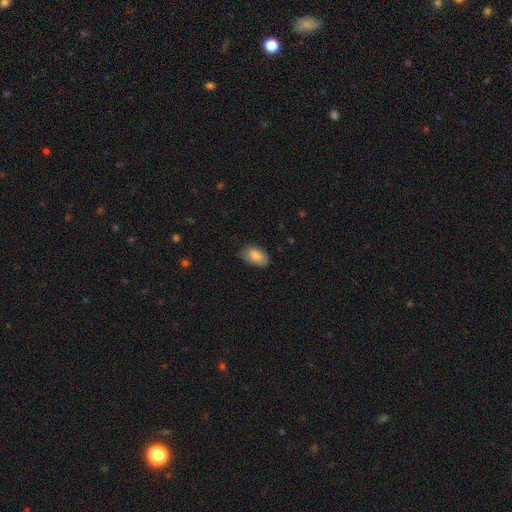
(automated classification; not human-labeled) Smooth or featured: smooth — 85% (featured or disk — 9%)
How rounded: in between — 92% (round — 6%)
Merging: none — 73% (minor disturbance — 22%)